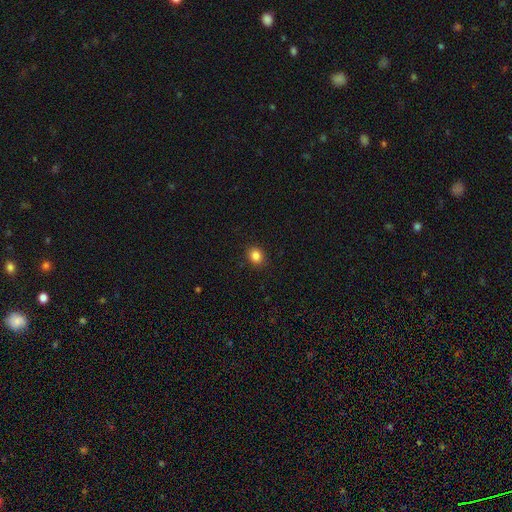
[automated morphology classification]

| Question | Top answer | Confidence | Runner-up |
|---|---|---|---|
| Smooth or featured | smooth | 85% | star or artifact (11%) |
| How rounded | round | 67% | in between (32%) |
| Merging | none | 90% | minor disturbance (7%) |